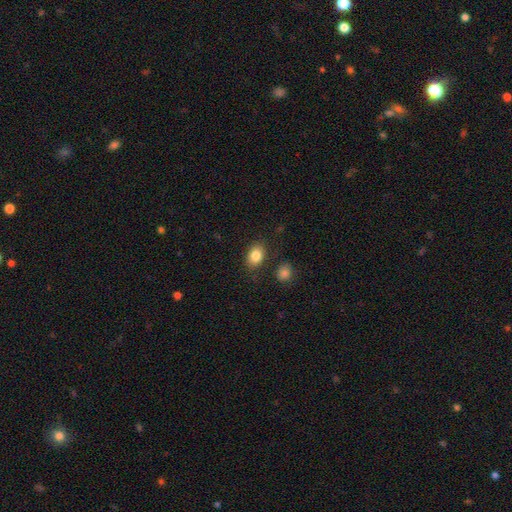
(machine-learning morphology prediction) smooth_or_featured: smooth (p=0.84) [alt: star or artifact p=0.09]
how_rounded: in between (p=0.76) [alt: round p=0.23]
merging: none (p=0.80) [alt: minor disturbance p=0.12]